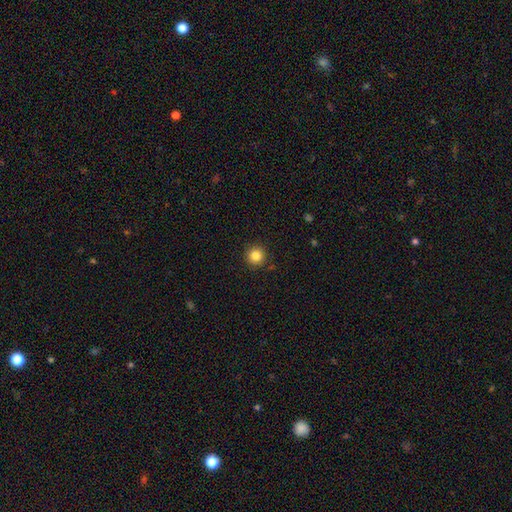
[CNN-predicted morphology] type=smooth (84%); roundness=round (95%); merging=none (91%).